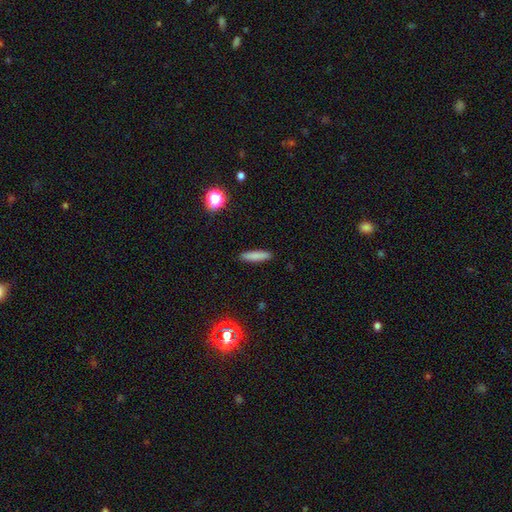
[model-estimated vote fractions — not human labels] The model was most divided on "how rounded": cigar-shaped: 81%, in between: 18%, round: 2%. More confident: merging — none (90%); smooth or featured — smooth (83%).